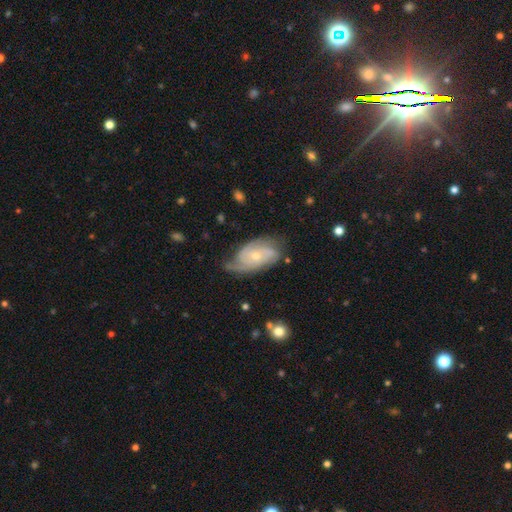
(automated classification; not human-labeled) The model was most divided on "spiral winding": tight: 47%, medium: 39%, loose: 14%. Remaining: edge-on disk — no (96%); spiral arms — yes (95%); smooth or featured — featured or disk (81%); bar — no (71%); bulge size — small (65%); merging — none (61%); spiral arm count — 2 (41%).